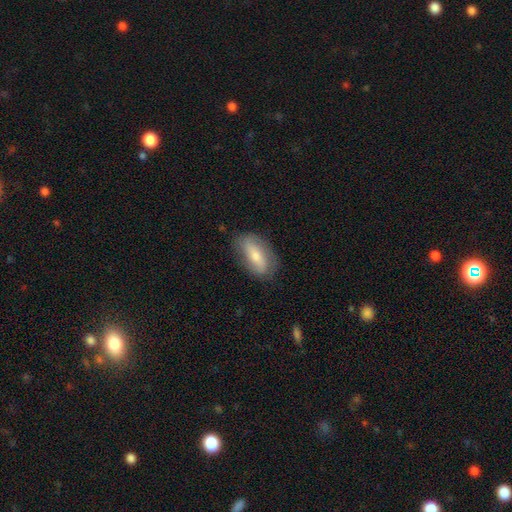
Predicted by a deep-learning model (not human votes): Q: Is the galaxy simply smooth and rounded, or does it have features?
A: smooth — 63%.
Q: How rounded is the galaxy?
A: in between — 84%.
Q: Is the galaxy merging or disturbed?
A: none — 74%.